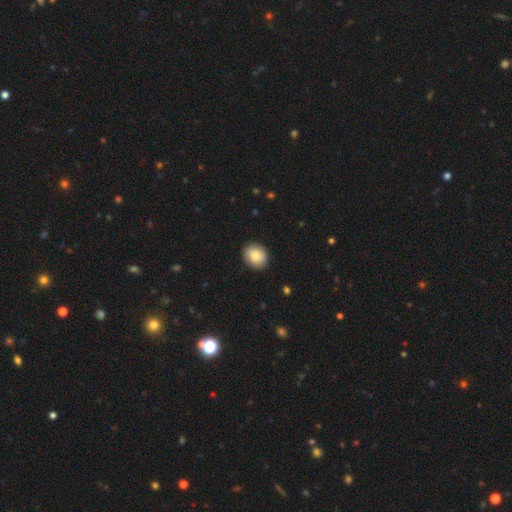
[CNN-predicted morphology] This is clearly a smooth galaxy (85%). How rounded: likely round (62%). Merging: clearly none (89%).